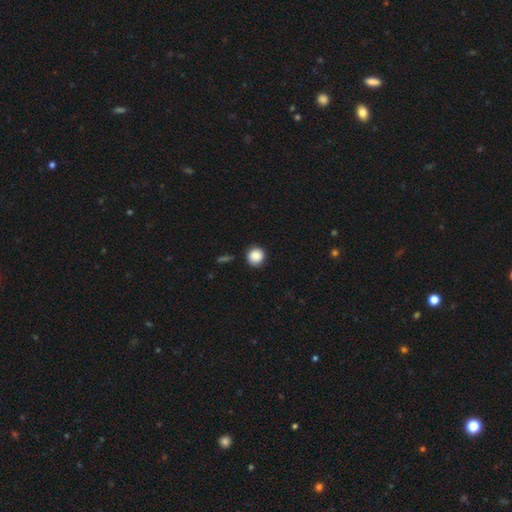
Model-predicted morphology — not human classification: smooth-or-featured: smooth: 85% | star or artifact: 9% | featured or disk: 6%
  how-rounded: round: 94% | in between: 5% | cigar-shaped: 1%
  merging: none: 89% | minor disturbance: 7% | major disturbance: 2% | merger: 2%